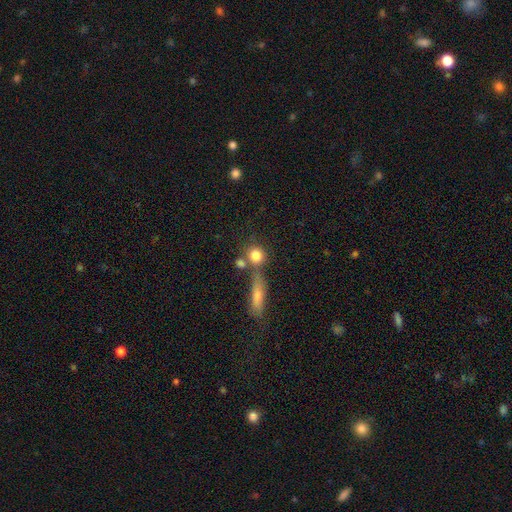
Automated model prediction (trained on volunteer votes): Smooth or featured? smooth (80%)
How rounded? round (76%)
Merging? none (57%)